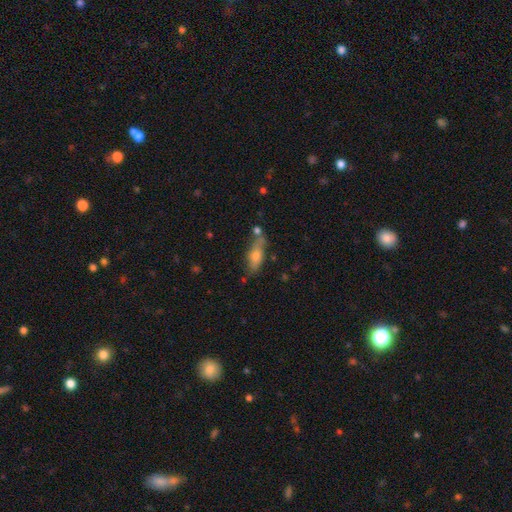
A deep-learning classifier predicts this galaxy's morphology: type=smooth (56%); roundness=in between (57%); merging=none (64%).